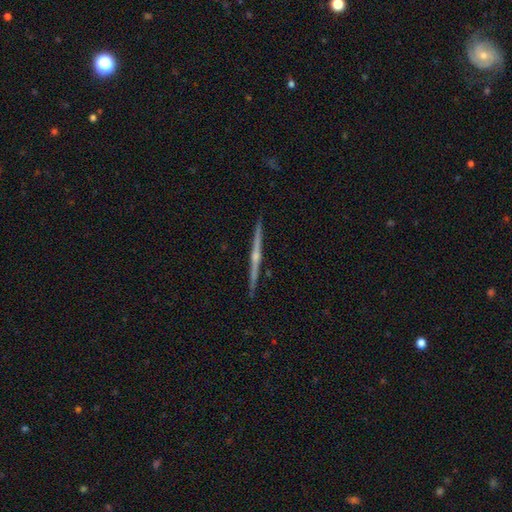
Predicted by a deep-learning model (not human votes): smooth-or-featured: featured or disk: 84% | smooth: 11% | star or artifact: 5%
  disk-edge-on: yes: 99% | no: 1%
    edge-on-bulge: rounded: 78% | none: 16% | boxy: 6%
  merging: none: 93% | minor disturbance: 5% | major disturbance: 1% | merger: 1%